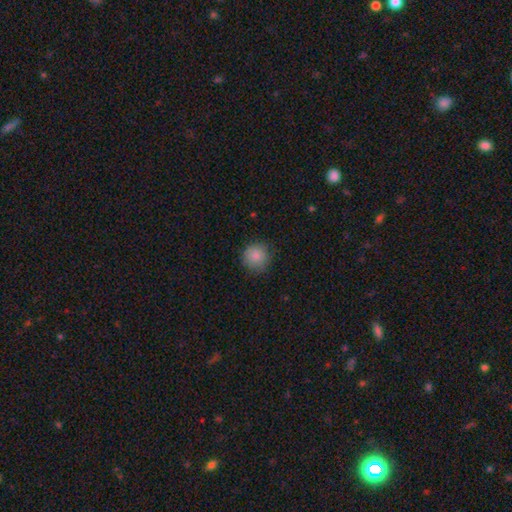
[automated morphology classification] Overall: smooth (86%). How rounded: round (93%). Merging: none (83%).